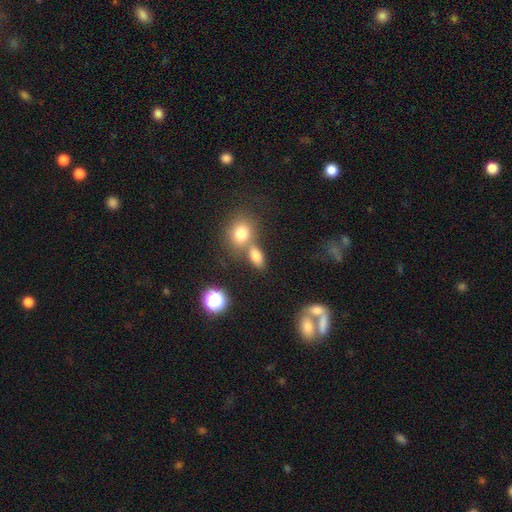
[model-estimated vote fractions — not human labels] smooth_or_featured: smooth (p=0.76) [alt: star or artifact p=0.14]
how_rounded: in between (p=0.74) [alt: round p=0.22]
merging: none (p=0.51) [alt: merger p=0.35]